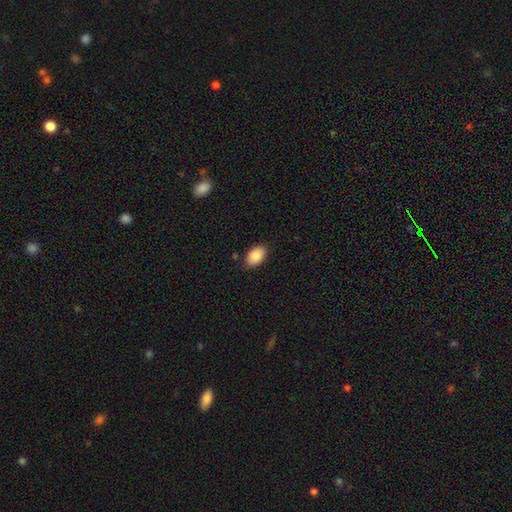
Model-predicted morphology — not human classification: Q: Smooth or featured?
A: smooth (87%); runner-up: star or artifact (7%)
Q: How rounded?
A: in between (89%); runner-up: round (10%)
Q: Merging?
A: none (83%); runner-up: minor disturbance (13%)